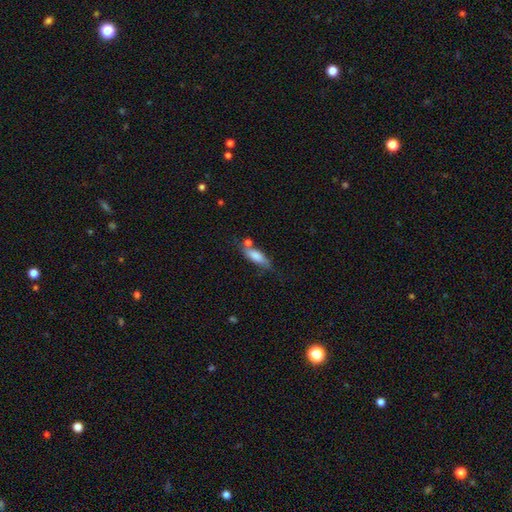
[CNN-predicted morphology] smooth-or-featured: smooth: 79% | featured or disk: 14% | star or artifact: 7%
  how-rounded: in between: 61% | cigar-shaped: 36% | round: 3%
  merging: none: 51% | minor disturbance: 23% | merger: 18% | major disturbance: 8%